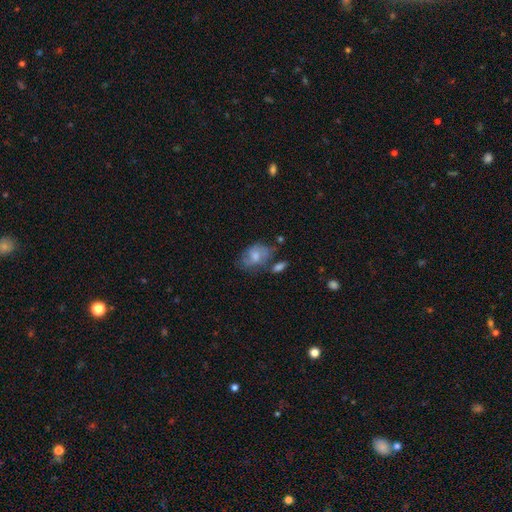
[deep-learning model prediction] smooth-or-featured: smooth: 56% | featured or disk: 36% | star or artifact: 8%
  how-rounded: in between: 78% | round: 20% | cigar-shaped: 2%
  merging: none: 46% | minor disturbance: 28% | major disturbance: 14% | merger: 12%